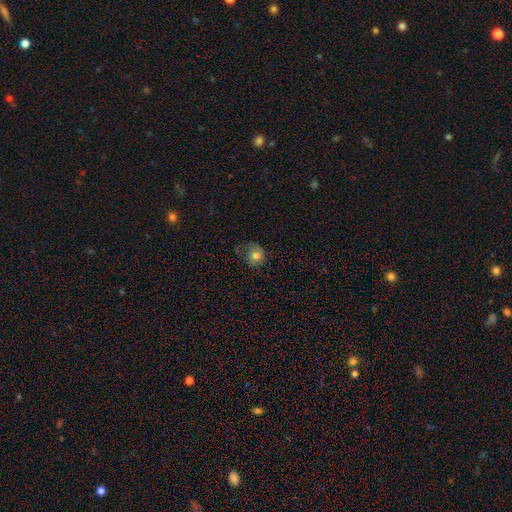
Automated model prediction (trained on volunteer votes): A smooth galaxy with no disk features (69%) that is round (74%).

Vote fractions:
- Smooth or featured? smooth: 69% / featured or disk: 21% / star or artifact: 10%
- How rounded? round: 74% / in between: 25% / cigar-shaped: 1%
- Merging? none: 51% / minor disturbance: 28% / major disturbance: 19% / merger: 2%